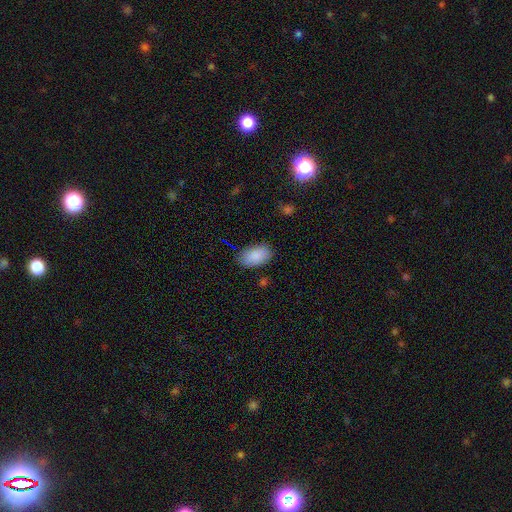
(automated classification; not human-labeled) A smooth galaxy with no disk features (88%) that is in between round and cigar-shaped (94%). Merging: none (80%).